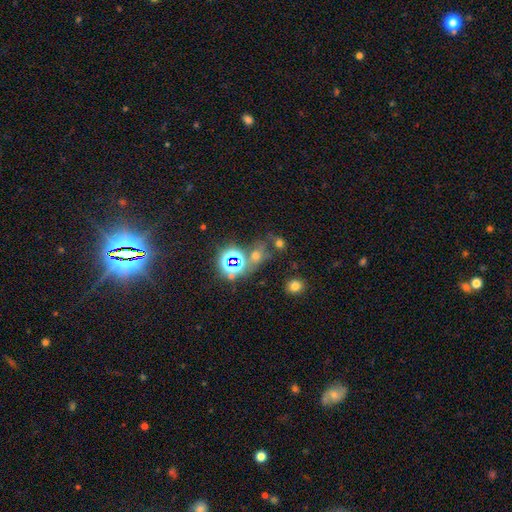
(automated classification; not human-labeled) Smooth or featured: star or artifact — 49% (smooth — 40%)